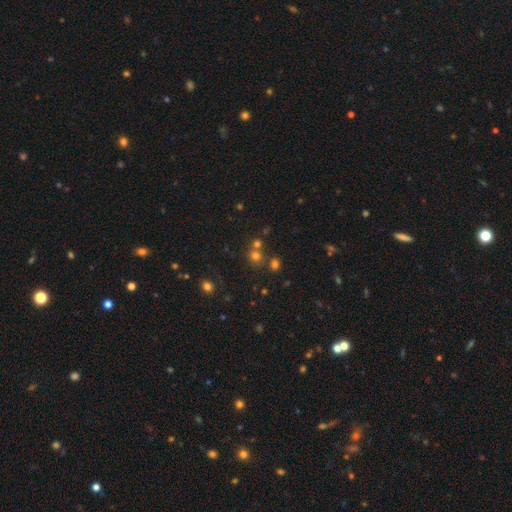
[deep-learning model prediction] Smooth or featured? Predicted: smooth (p=0.61). How rounded? Predicted: round (p=0.89). Merging? Predicted: none (p=0.66).